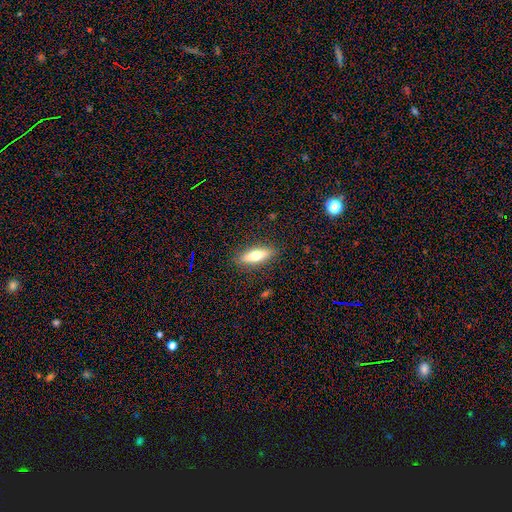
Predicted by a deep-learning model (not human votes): Smooth or featured? smooth (61%)
How rounded? cigar-shaped (50%)
Merging? none (88%)